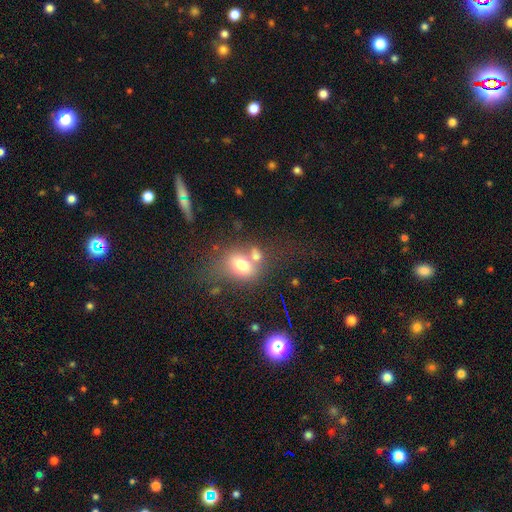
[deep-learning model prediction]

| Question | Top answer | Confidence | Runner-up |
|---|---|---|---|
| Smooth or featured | smooth | 70% | featured or disk (18%) |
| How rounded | in between | 64% | round (34%) |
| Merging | merger | 46% | none (34%) |